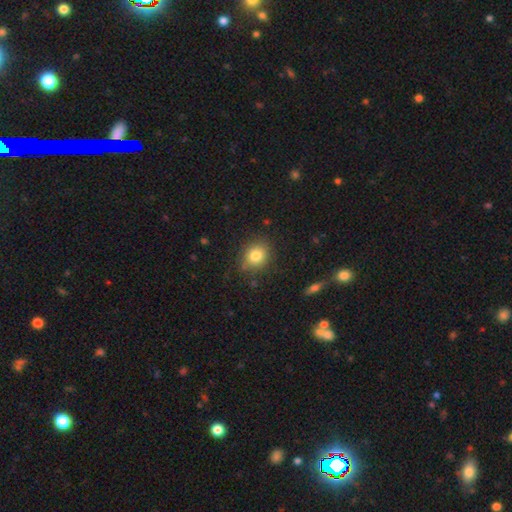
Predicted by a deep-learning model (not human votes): Overall: smooth (82%). How rounded: round (69%; in between 30%). Merging: none (81%).